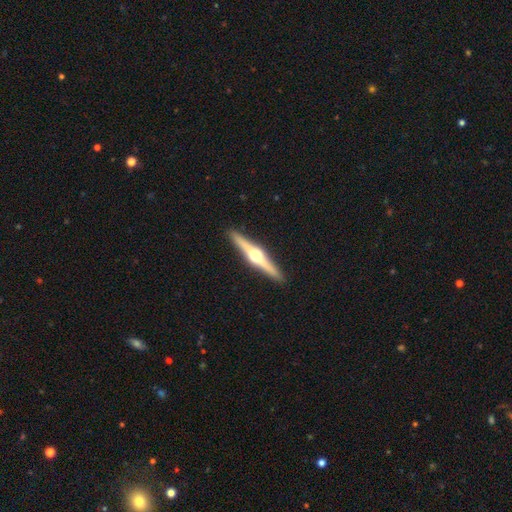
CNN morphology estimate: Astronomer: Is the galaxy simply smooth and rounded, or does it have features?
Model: featured or disk — 81%.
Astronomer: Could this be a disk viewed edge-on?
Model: yes — 98%.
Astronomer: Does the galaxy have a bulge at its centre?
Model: rounded — 96%.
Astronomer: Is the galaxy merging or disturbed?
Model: none — 92%.